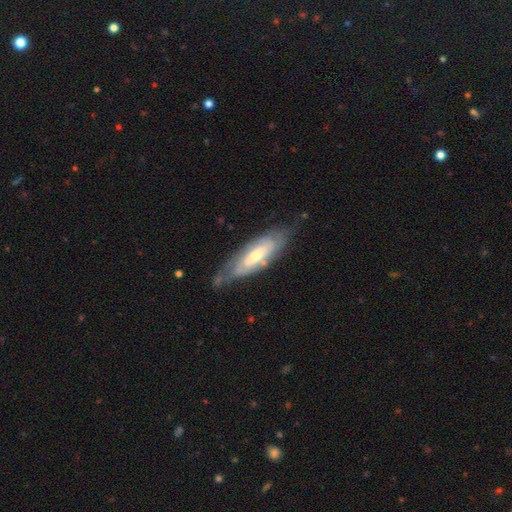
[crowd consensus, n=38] Smooth or featured?
  - featured or disk: 71% *
  - smooth: 24%
  - star or artifact: 5%
Edge-on disk?
  - no: 74% *
  - yes: 26%
Bar?
  - no: 55% *
  - weak: 25%
  - strong: 20%
Spiral arms?
  - yes: 75% *
  - no: 25%
Spiral winding?
  - tight: 60% *
  - medium: 33%
  - loose: 7%
Spiral arm count?
  - can't tell: 80% *
  - 2: 7%
  - 3: 7%
  - 4: 7%
  - 1: 0%
  - more than 4: 0%
Bulge size?
  - small: 55% *
  - moderate: 35%
  - large: 5%
  - none: 5%
  - dominant: 0%
Merging?
  - none: 81% *
  - minor disturbance: 19%
  - major disturbance: 0%
  - merger: 0%